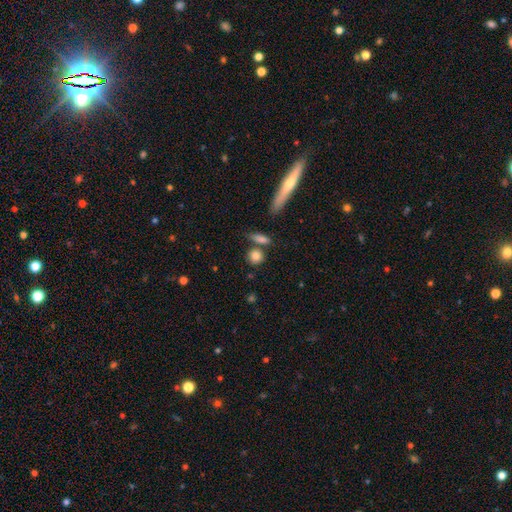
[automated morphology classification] smooth-or-featured: smooth: 83% | star or artifact: 9% | featured or disk: 8%
  how-rounded: round: 73% | in between: 20% | cigar-shaped: 7%
  merging: none: 68% | merger: 17% | minor disturbance: 11% | major disturbance: 4%